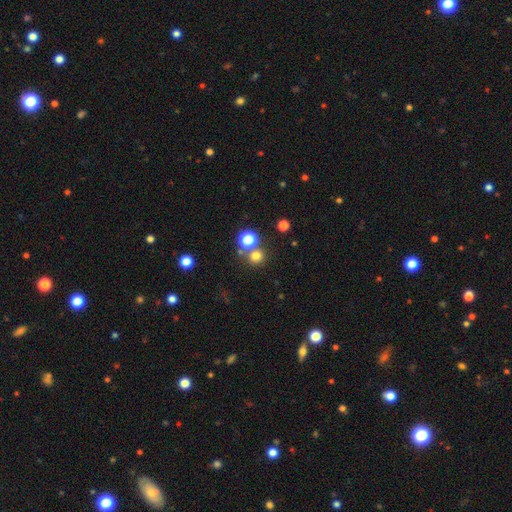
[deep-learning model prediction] This appears to be a smooth galaxy with no disk features (73%) that is round (91%). Merging: none (72%).